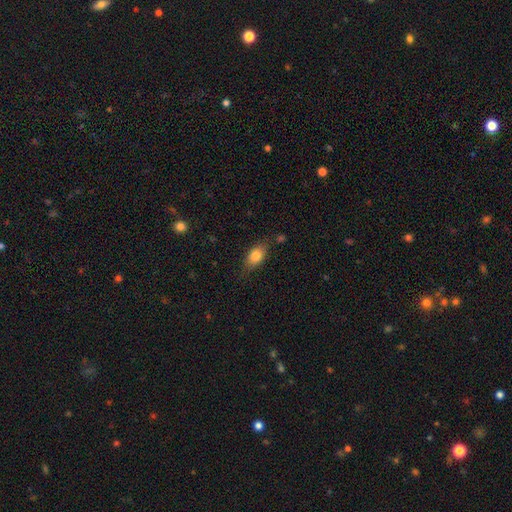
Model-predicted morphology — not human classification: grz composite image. It shows a smooth galaxy with no disk features (79%) that is in between round and cigar-shaped (83%). Merging: none (75%).